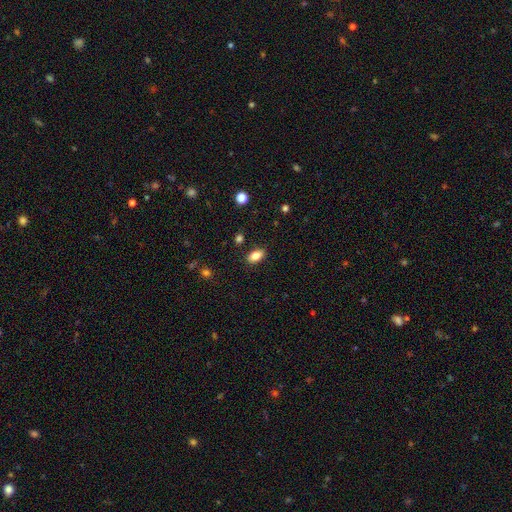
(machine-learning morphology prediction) smooth_or_featured: smooth (p=0.80) [alt: featured or disk p=0.11]
how_rounded: in between (p=0.90) [alt: round p=0.06]
merging: none (p=0.87) [alt: minor disturbance p=0.09]